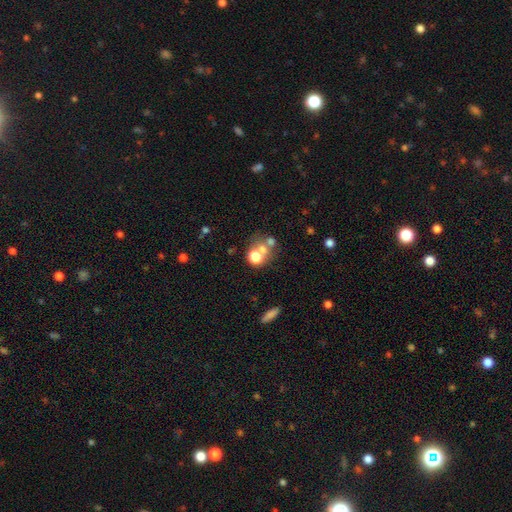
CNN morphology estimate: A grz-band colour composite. It shows a smooth galaxy with no disk features (57%) that is round (74%). Merging: merger (42%, tied with none).